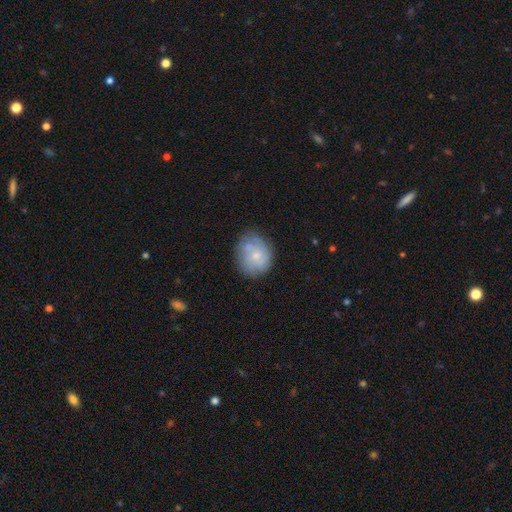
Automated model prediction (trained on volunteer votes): Q: Smooth or featured?
A: smooth (50%); runner-up: featured or disk (42%)
Q: How rounded?
A: round (67%); runner-up: in between (32%)
Q: Merging?
A: none (67%); runner-up: minor disturbance (21%)